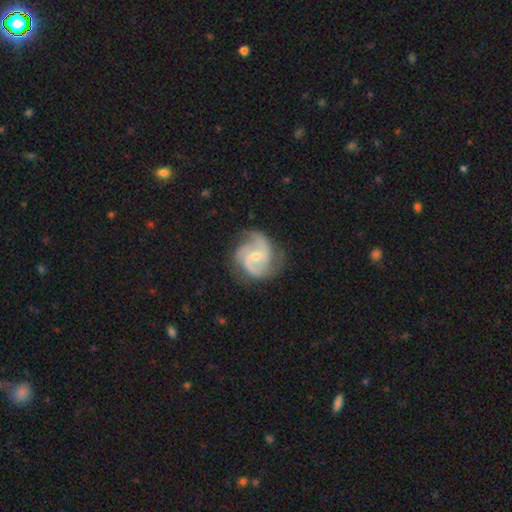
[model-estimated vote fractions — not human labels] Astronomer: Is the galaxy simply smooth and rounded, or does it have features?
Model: featured or disk — 85%.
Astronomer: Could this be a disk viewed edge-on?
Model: no — 98%.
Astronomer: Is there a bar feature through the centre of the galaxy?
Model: no — 47% (runner-up: weak, 44%).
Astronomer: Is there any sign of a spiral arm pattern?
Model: yes — 97%.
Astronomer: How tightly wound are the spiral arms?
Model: medium — 54%.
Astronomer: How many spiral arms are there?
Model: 3 — 39%, tied with 2 at 39%.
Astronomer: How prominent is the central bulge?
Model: small — 57% (runner-up: moderate, 39%).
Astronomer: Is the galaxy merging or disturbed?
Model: none — 67%.